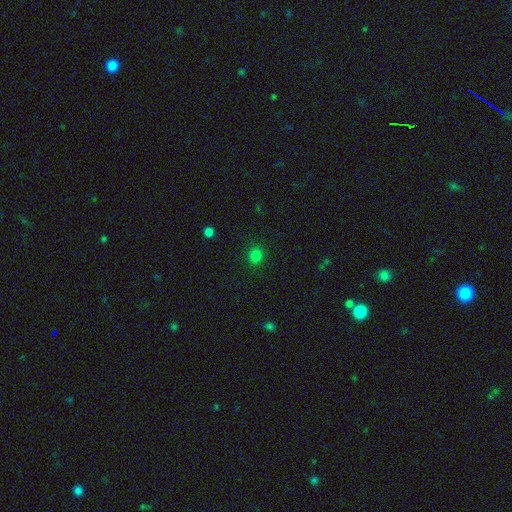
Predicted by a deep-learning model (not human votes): Smooth or featured?
  - smooth: 81% *
  - star or artifact: 16%
  - featured or disk: 4%
How rounded?
  - round: 88% *
  - in between: 11%
  - cigar-shaped: 1%
Merging?
  - none: 90% *
  - minor disturbance: 6%
  - major disturbance: 2%
  - merger: 1%